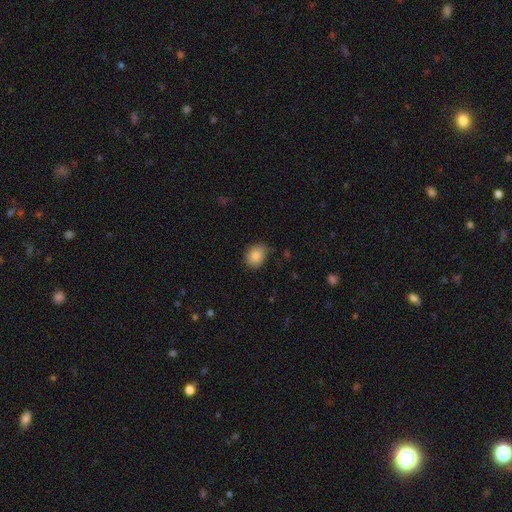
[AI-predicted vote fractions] Q: Smooth or featured?
A: smooth (85%); runner-up: star or artifact (9%)
Q: How rounded?
A: round (53%); runner-up: in between (46%)
Q: Merging?
A: none (71%); runner-up: minor disturbance (23%)